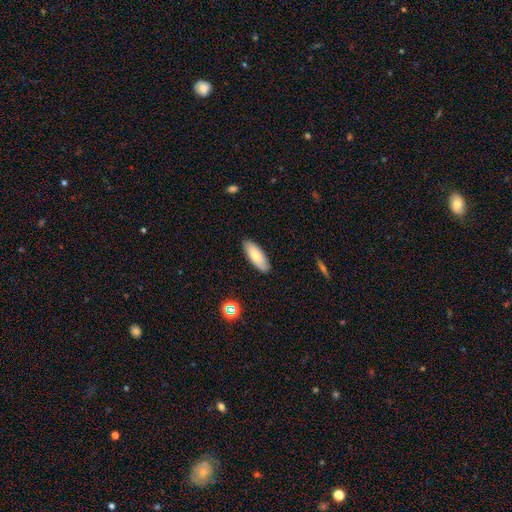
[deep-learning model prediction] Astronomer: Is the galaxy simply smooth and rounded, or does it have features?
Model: smooth — 75%.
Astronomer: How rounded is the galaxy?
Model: in between — 75%.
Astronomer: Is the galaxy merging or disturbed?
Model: none — 88%.